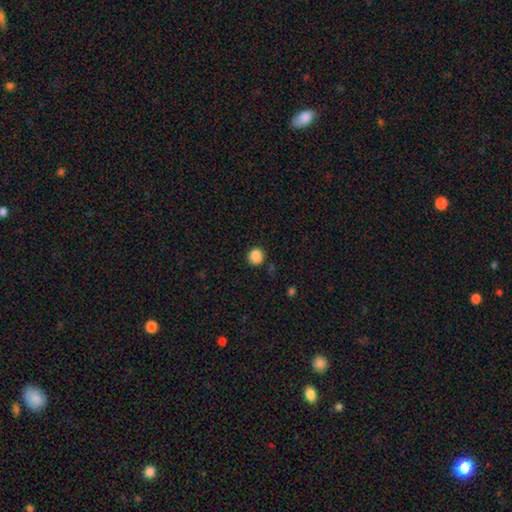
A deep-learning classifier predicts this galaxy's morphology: Smooth or featured? smooth (85%)
How rounded? round (86%)
Merging? none (73%)